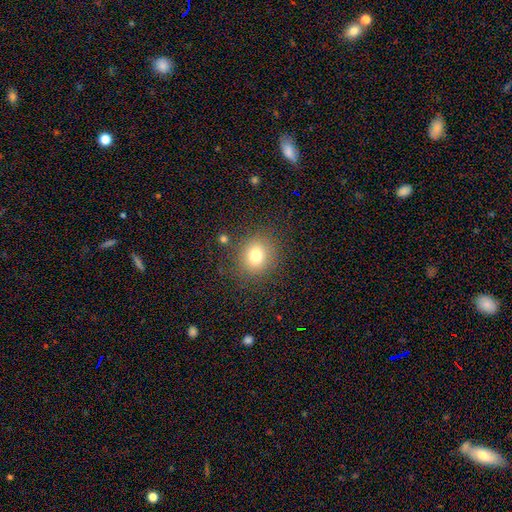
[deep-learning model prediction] smooth 77%, star or artifact 13%, featured or disk 10%. Down the decision tree: how rounded — round (80%); merging — none (83%).